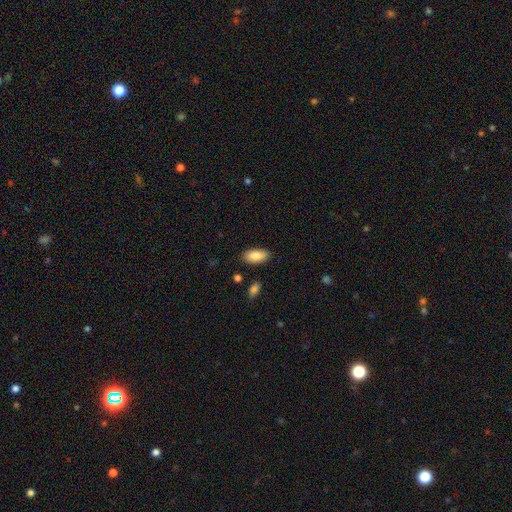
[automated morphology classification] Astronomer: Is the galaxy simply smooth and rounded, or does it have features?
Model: smooth — 87%.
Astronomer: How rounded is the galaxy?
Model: in between — 92%.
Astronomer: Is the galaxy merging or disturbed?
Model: none — 85%.